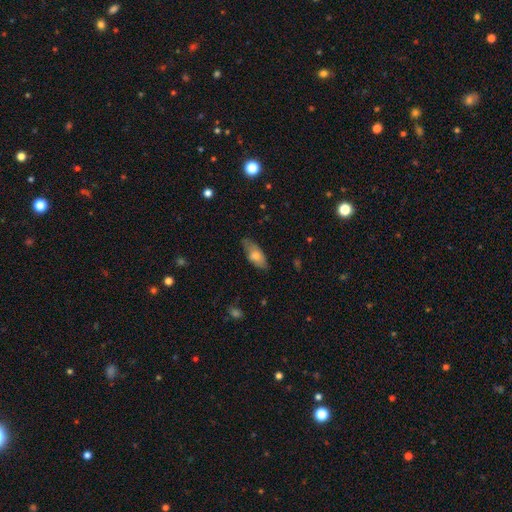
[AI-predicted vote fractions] Smooth or featured? Predicted: smooth (p=0.69). How rounded? Predicted: in between (p=0.82). Merging? Predicted: none (p=0.66).